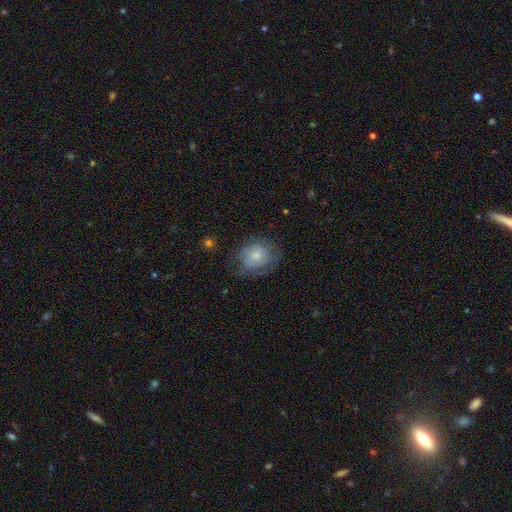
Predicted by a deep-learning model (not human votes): Smooth or featured?
  - smooth: 64% *
  - featured or disk: 28%
  - star or artifact: 8%
How rounded?
  - round: 69% *
  - in between: 30%
  - cigar-shaped: 1%
Merging?
  - none: 58% *
  - minor disturbance: 26%
  - major disturbance: 14%
  - merger: 1%